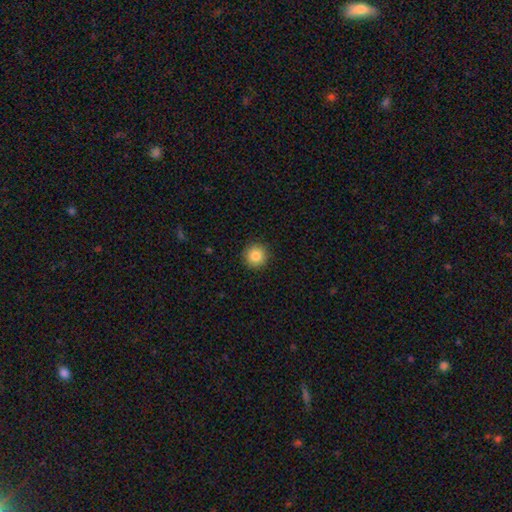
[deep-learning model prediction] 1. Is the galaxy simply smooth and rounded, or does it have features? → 84% smooth, 10% star or artifact, 6% featured or disk.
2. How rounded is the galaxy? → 95% round, 4% in between, 1% cigar-shaped.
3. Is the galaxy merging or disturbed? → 91% none, 6% minor disturbance, 2% major disturbance, 1% merger.